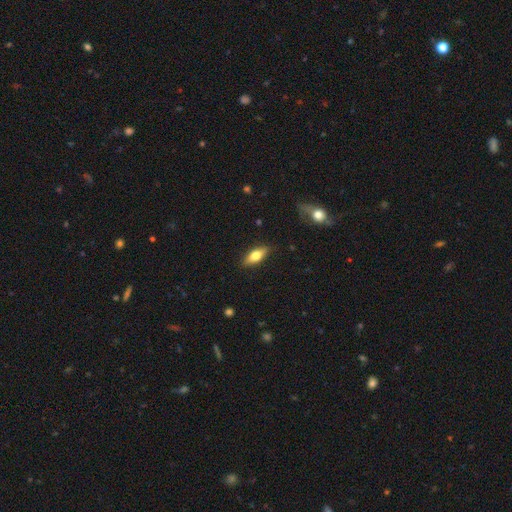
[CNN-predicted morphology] A smooth galaxy with no disk features (64%) that is in between round and cigar-shaped (72%).

Vote fractions:
- Smooth or featured? smooth: 64% / featured or disk: 29% / star or artifact: 7%
- How rounded? in between: 72% / cigar-shaped: 25% / round: 3%
- Merging? none: 88% / minor disturbance: 9% / major disturbance: 2% / merger: 1%